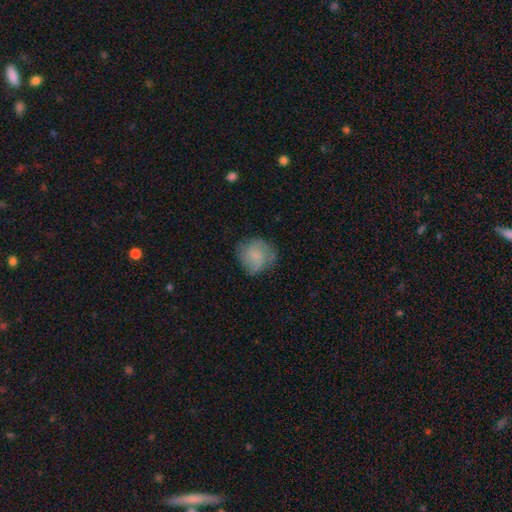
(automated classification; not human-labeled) Smooth or featured? Predicted: smooth (p=0.68). How rounded? Predicted: round (p=0.84). Merging? Predicted: none (p=0.68).